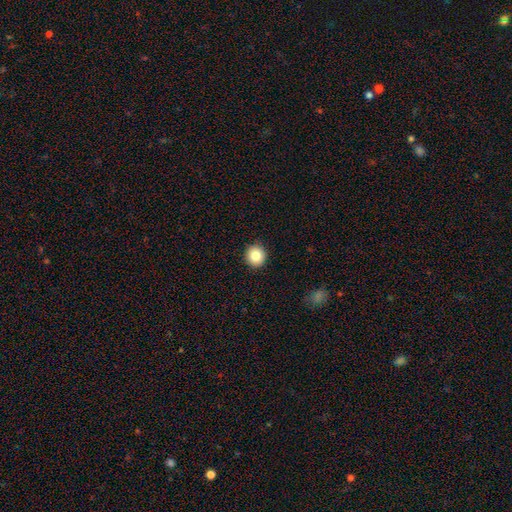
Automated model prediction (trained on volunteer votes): A smooth galaxy with no disk features (82%) that is round (92%). Merging: none (93%).